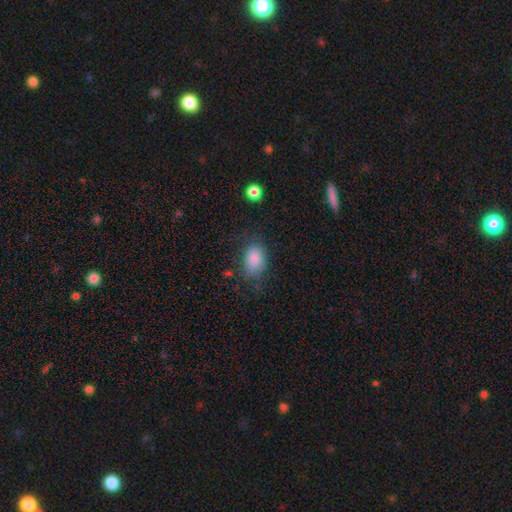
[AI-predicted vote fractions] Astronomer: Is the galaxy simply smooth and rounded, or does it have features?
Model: smooth — 80%.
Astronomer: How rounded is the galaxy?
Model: in between — 79%.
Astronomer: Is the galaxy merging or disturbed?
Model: none — 69%.